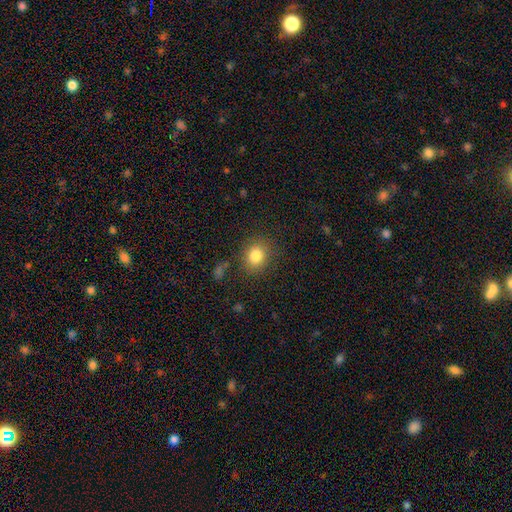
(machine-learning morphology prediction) Smooth or featured: smooth — 83% (star or artifact — 11%)
How rounded: round — 71% (in between — 28%)
Merging: none — 82% (minor disturbance — 11%)